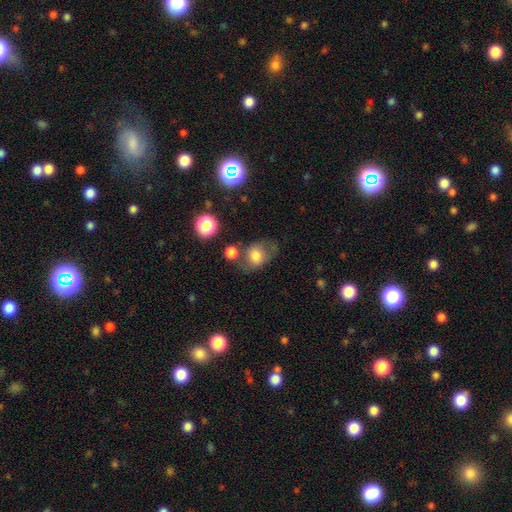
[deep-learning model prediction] Smooth or featured? smooth (71%)
How rounded? in between (55%)
Merging? none (50%)